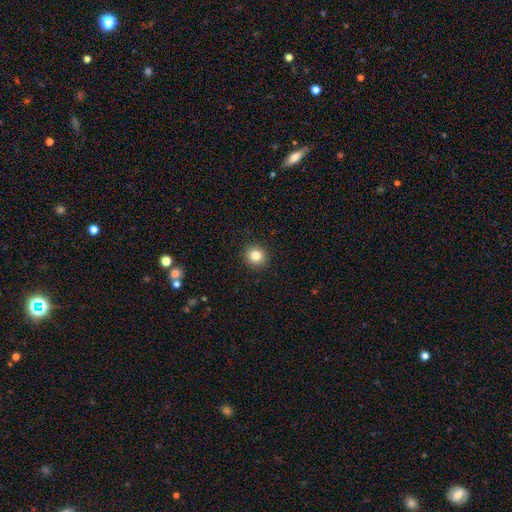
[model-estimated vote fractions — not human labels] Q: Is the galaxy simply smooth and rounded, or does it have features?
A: smooth — 82%.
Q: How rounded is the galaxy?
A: round — 90%.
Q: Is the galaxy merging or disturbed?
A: none — 92%.